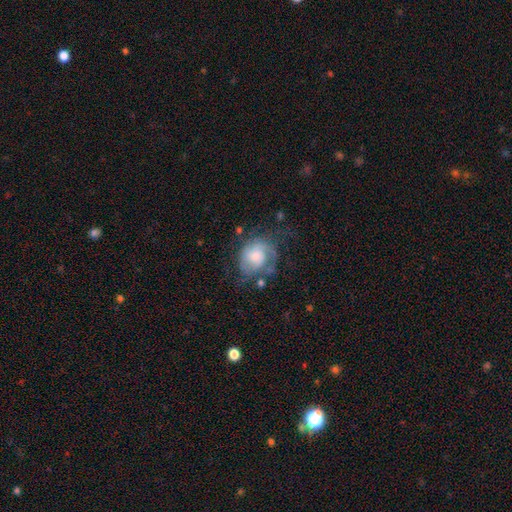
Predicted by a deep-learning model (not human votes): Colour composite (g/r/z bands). It shows a featured or disk galaxy (58%) with no bar (71%), spiral arms (78%) and a moderate central bulge (46%). Merging: none (43%).